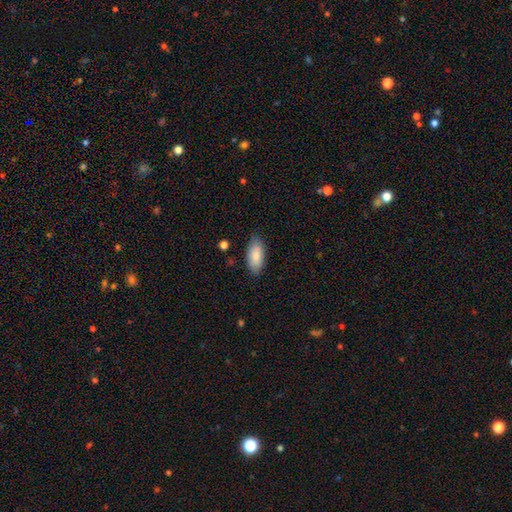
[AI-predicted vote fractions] smooth 85%, featured or disk 9%, star or artifact 6%. Down the decision tree: how rounded — in between (89%); merging — none (83%).